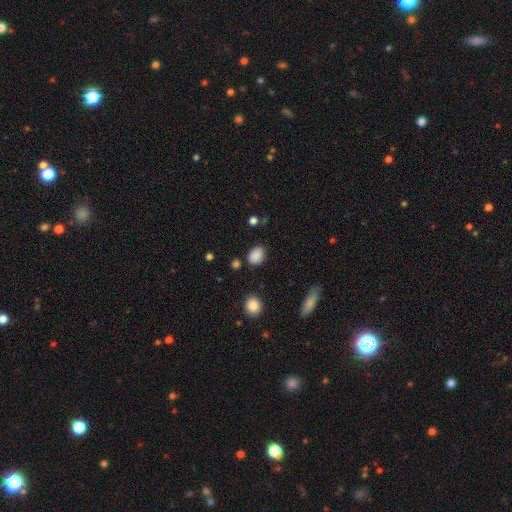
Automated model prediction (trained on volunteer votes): Smooth or featured? Predicted: smooth (p=0.86). How rounded? Predicted: in between (p=0.65). Merging? Predicted: none (p=0.77).